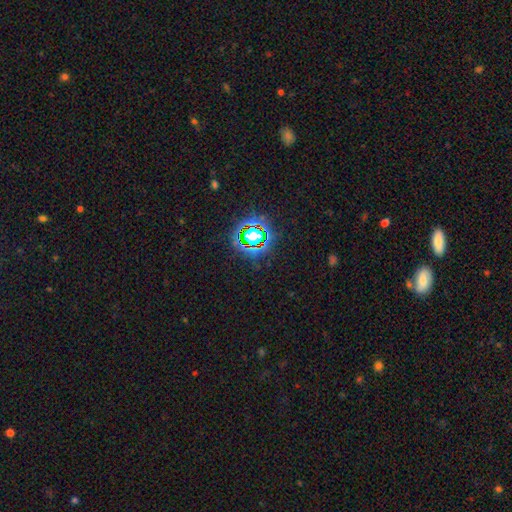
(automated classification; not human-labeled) Smooth or featured? star or artifact (79%)